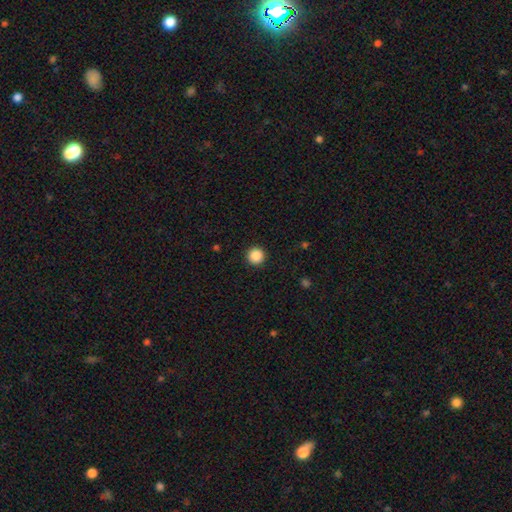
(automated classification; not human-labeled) Q: Smooth or featured?
A: smooth (88%); runner-up: star or artifact (10%)
Q: How rounded?
A: round (96%); runner-up: in between (3%)
Q: Merging?
A: none (93%); runner-up: minor disturbance (4%)